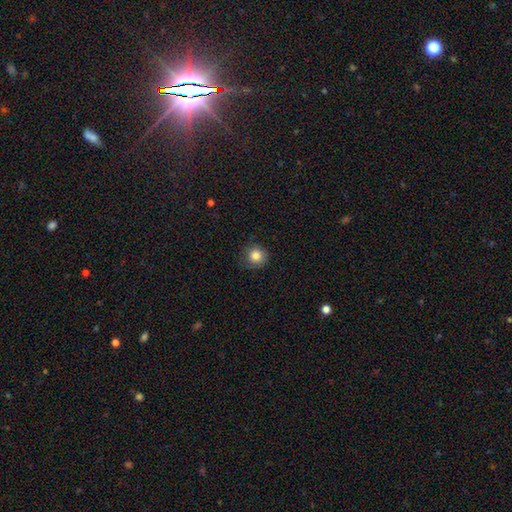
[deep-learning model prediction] This appears to be a smooth galaxy with no disk features (84%) that is round (92%). Merging: none (80%).